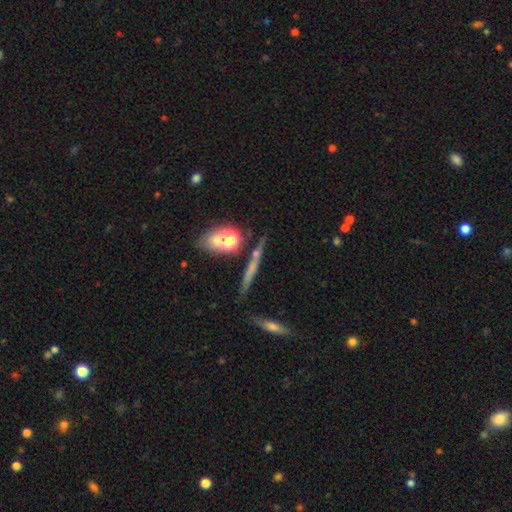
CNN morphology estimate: type=smooth (42%); merging=none (76%).